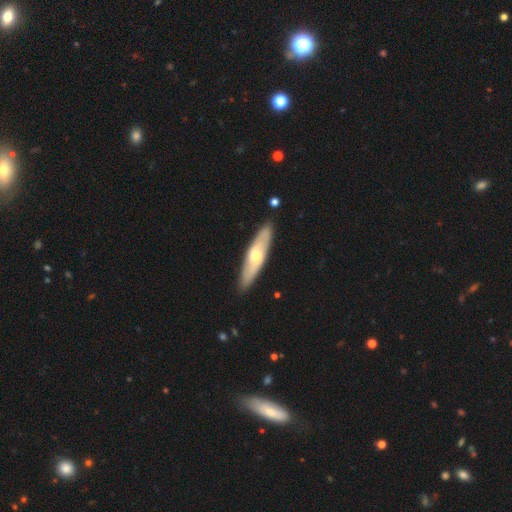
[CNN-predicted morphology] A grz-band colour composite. It shows a featured or disk galaxy (51%) viewed edge-on (57%). Merging: none (89%).